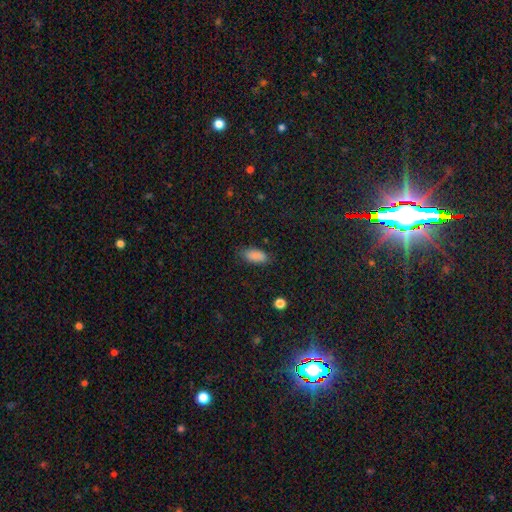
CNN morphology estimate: Smooth or featured? smooth (87%)
How rounded? in between (87%)
Merging? none (77%)